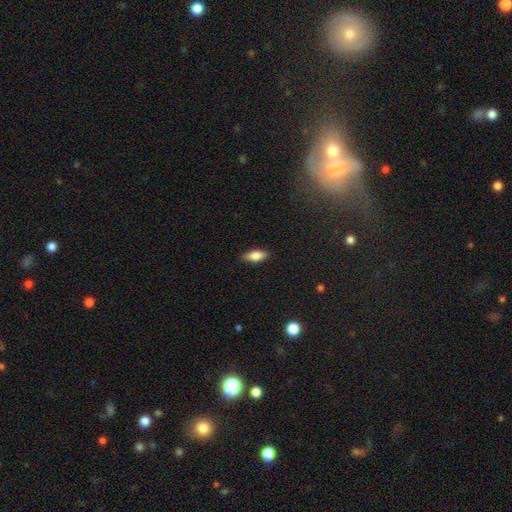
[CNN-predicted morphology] Smooth or featured? Predicted: smooth (p=0.77). How rounded? Predicted: in between (p=0.77). Merging? Predicted: none (p=0.87).